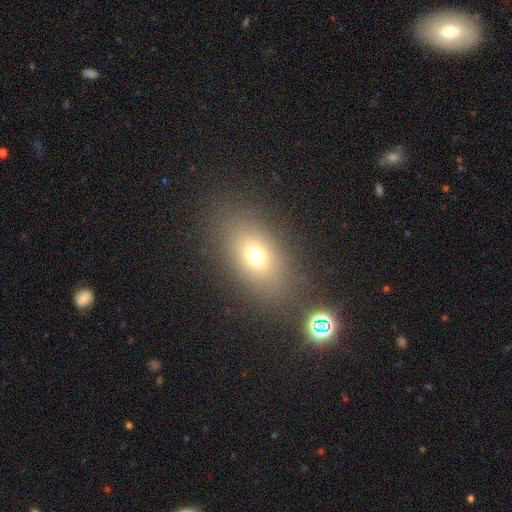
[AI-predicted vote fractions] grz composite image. It shows a smooth galaxy with no disk features (69%) that is in between round and cigar-shaped (76%). Merging: none (78%).